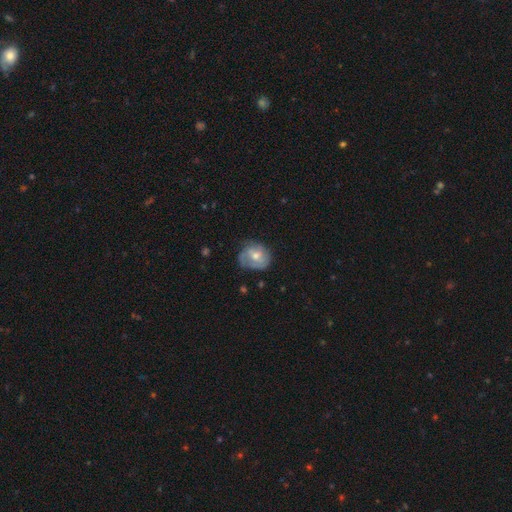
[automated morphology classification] Q: Smooth or featured?
A: featured or disk (49%); runner-up: smooth (43%)
Q: Merging?
A: none (56%); runner-up: minor disturbance (29%)